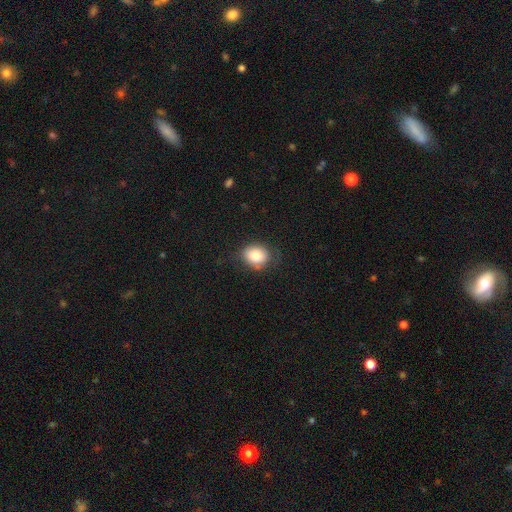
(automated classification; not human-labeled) smooth 82%, featured or disk 9%, star or artifact 9%. Down the decision tree: how rounded — round (62%); merging — none (72%).